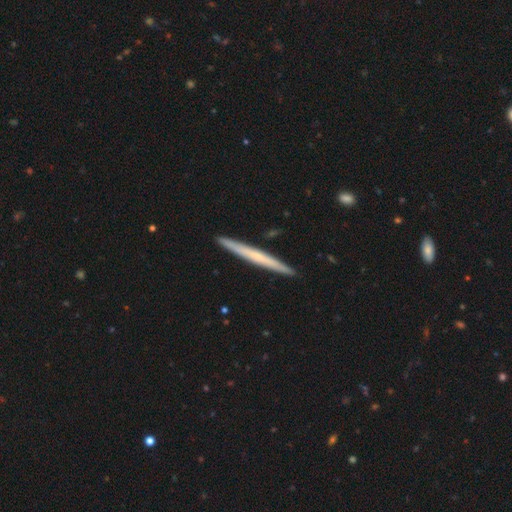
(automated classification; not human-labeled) smooth_or_featured: featured or disk (p=0.49) [alt: smooth p=0.46]
merging: none (p=0.92) [alt: minor disturbance p=0.06]